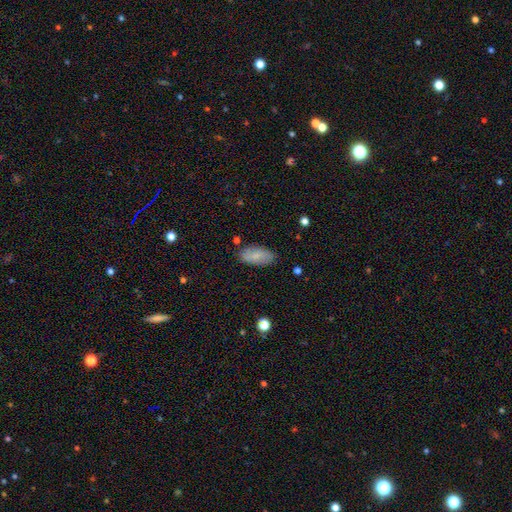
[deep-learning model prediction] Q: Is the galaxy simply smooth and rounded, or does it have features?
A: smooth — 75%.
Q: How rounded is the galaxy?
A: in between — 89%.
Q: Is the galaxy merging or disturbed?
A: none — 84%.